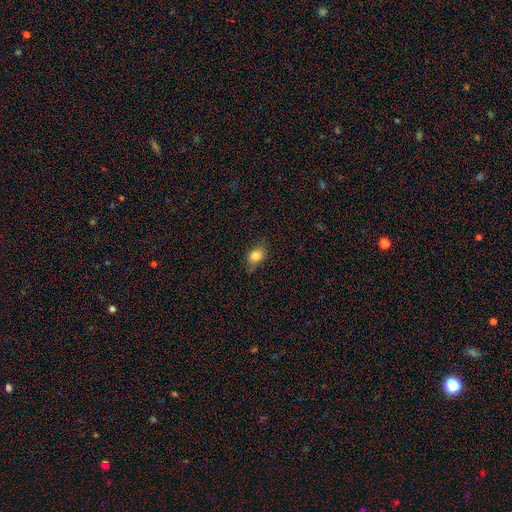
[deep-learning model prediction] Q: Smooth or featured?
A: smooth (81%); runner-up: star or artifact (10%)
Q: How rounded?
A: in between (56%); runner-up: round (42%)
Q: Merging?
A: none (71%); runner-up: minor disturbance (22%)